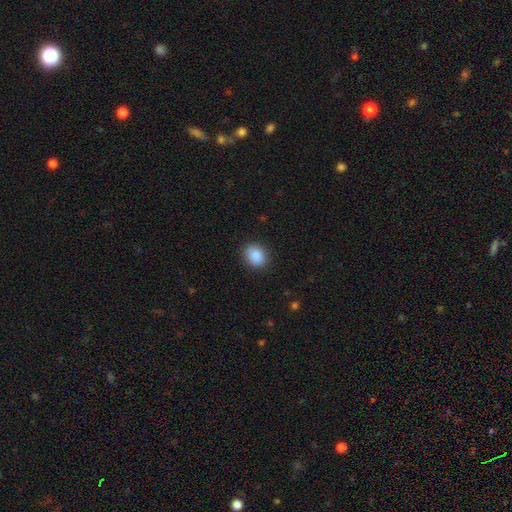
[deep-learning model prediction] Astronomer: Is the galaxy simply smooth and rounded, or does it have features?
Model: smooth — 89%.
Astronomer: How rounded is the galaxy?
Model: in between — 52% (runner-up: round, 47%).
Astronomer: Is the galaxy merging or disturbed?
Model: none — 87%.